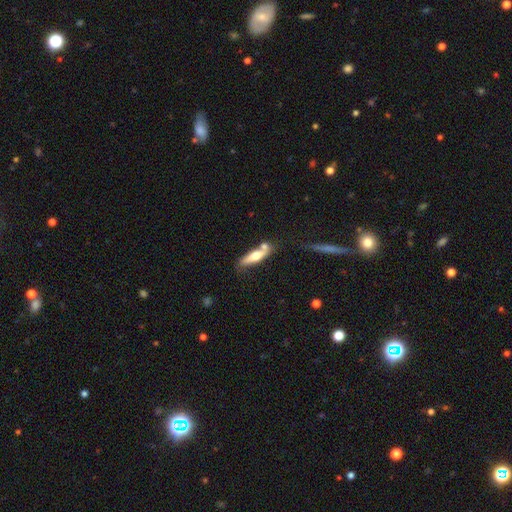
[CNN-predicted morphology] smooth_or_featured: smooth (p=0.55) [alt: featured or disk p=0.39]
how_rounded: cigar-shaped (p=0.70) [alt: in between p=0.27]
merging: none (p=0.58) [alt: merger p=0.20]